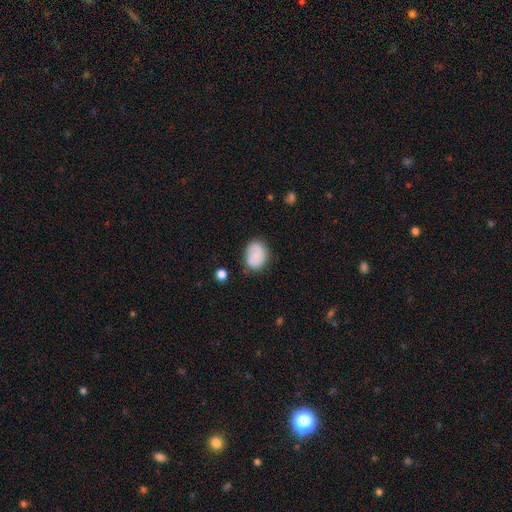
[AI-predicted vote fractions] This is clearly a smooth galaxy (80%). How rounded: likely in between (71%). Merging: likely none (70%).